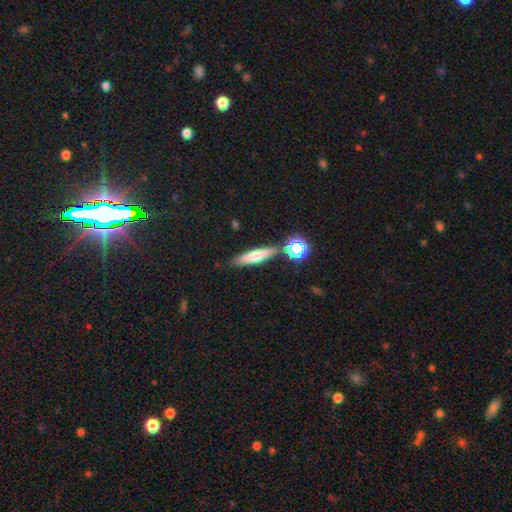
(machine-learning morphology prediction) A smooth galaxy with no disk features (59%) that is cigar-shaped (76%).

Vote fractions:
- Smooth or featured? smooth: 59% / featured or disk: 29% / star or artifact: 12%
- How rounded? cigar-shaped: 76% / in between: 20% / round: 4%
- Merging? none: 81% / minor disturbance: 9% / merger: 7% / major disturbance: 3%